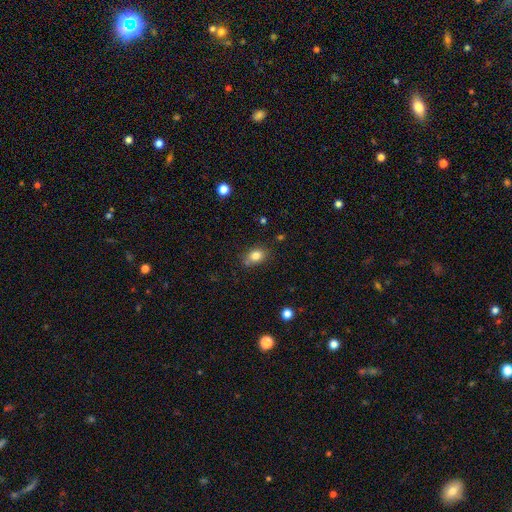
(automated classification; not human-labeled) The model was most divided on "how rounded": in between: 63%, round: 36%, cigar-shaped: 1%. More confident: smooth or featured — smooth (81%); merging — none (73%).